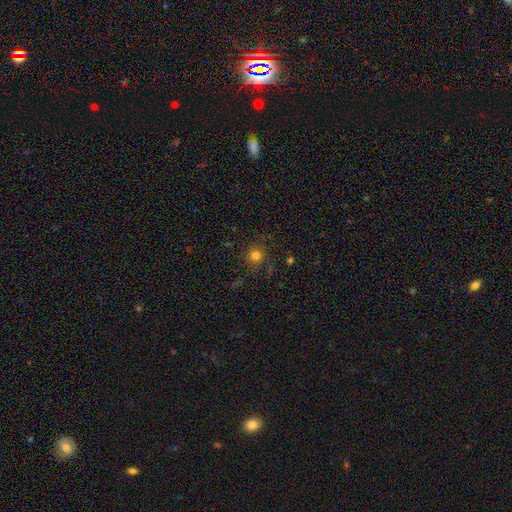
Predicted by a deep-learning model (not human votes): This appears to be a smooth galaxy with no disk features (77%) that is round (93%). Merging: none (83%).